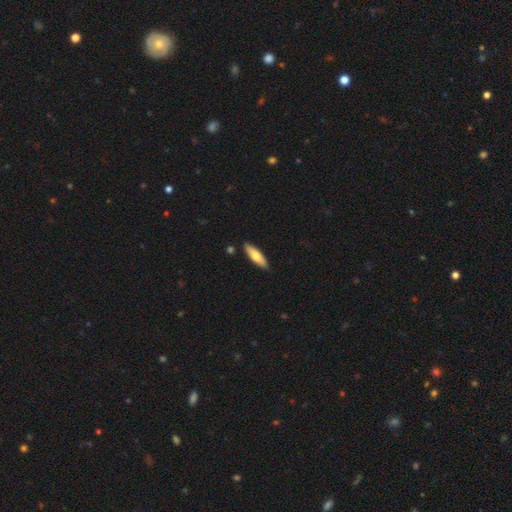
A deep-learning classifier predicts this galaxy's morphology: Smooth or featured: smooth — 65% (featured or disk — 30%)
How rounded: cigar-shaped — 56% (in between — 42%)
Merging: none — 89% (minor disturbance — 8%)